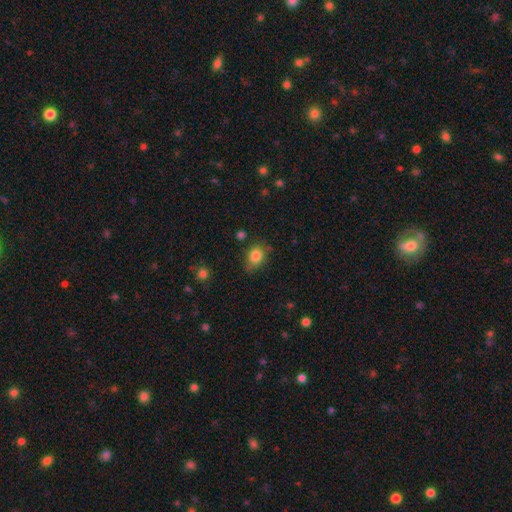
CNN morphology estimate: smooth 83%, star or artifact 10%, featured or disk 8%. Down the decision tree: how rounded — in between (58%); merging — none (66%).